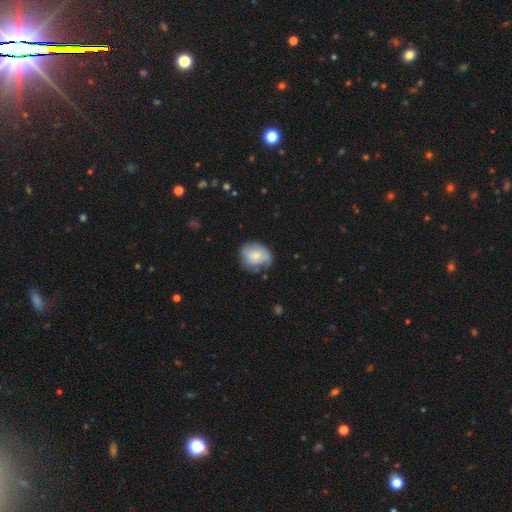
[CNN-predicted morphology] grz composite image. It shows a smooth galaxy with no disk features (65%) that is round (51%). Merging: none (55%).